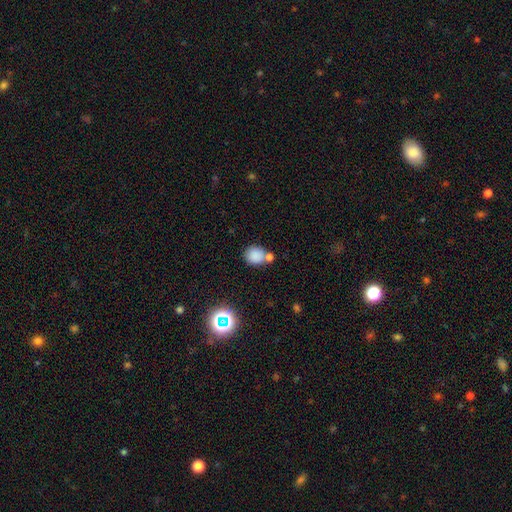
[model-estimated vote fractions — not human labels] Morphology: type=smooth (82%); roundness=round (78%); merging=none (62%).